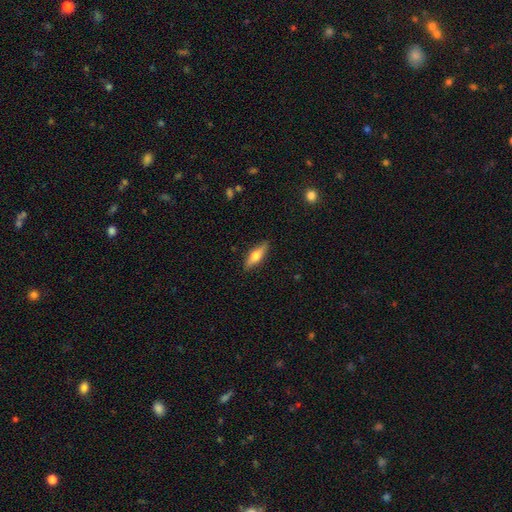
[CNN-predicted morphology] smooth-or-featured: smooth: 55% | featured or disk: 39% | star or artifact: 6%
  how-rounded: cigar-shaped: 54% | in between: 44% | round: 3%
  merging: none: 88% | minor disturbance: 9% | major disturbance: 2% | merger: 1%